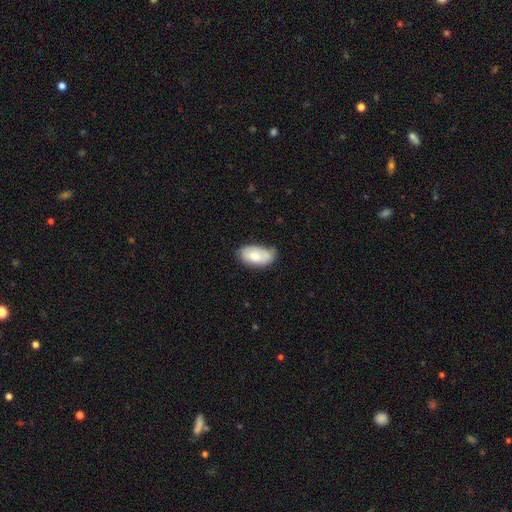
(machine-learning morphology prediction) A smooth galaxy with no disk features (75%) that is in between round and cigar-shaped (94%). Merging: none (56%).